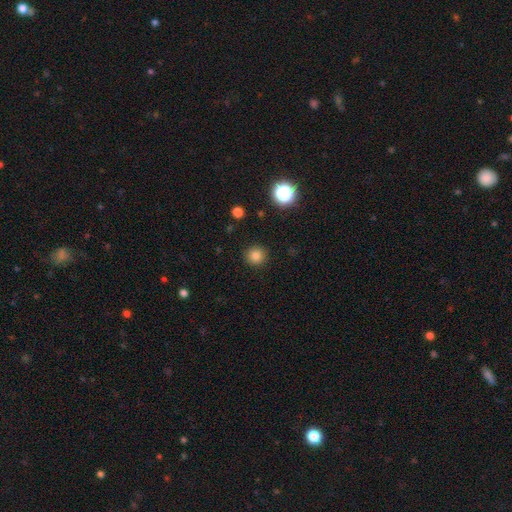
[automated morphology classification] A smooth galaxy with no disk features (81%) that is round (94%).

Vote fractions:
- Smooth or featured? smooth: 81% / star or artifact: 14% / featured or disk: 5%
- How rounded? round: 94% / in between: 5% / cigar-shaped: 1%
- Merging? none: 92% / minor disturbance: 5% / major disturbance: 2% / merger: 1%